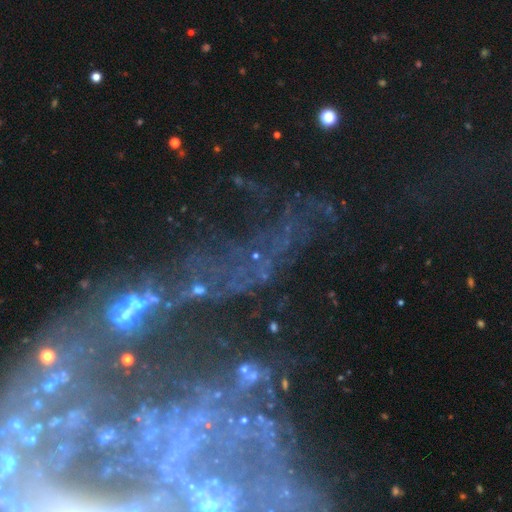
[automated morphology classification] smooth_or_featured: featured or disk (p=0.48) [alt: star or artifact p=0.38]
merging: none (p=0.36) [alt: major disturbance p=0.33]